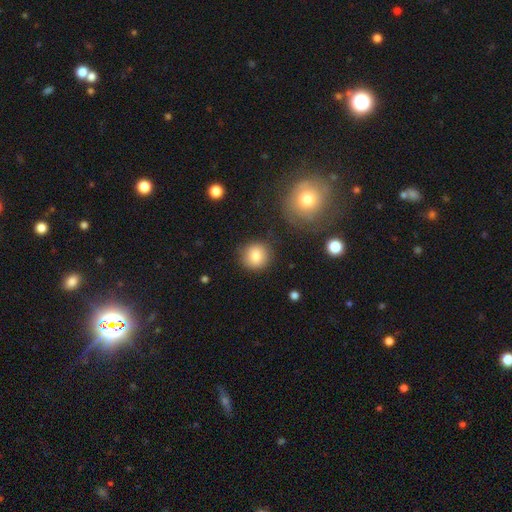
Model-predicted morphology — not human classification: Smooth or featured?
  - smooth: 83% *
  - star or artifact: 10%
  - featured or disk: 8%
How rounded?
  - round: 91% *
  - in between: 8%
  - cigar-shaped: 1%
Merging?
  - none: 84% *
  - minor disturbance: 10%
  - major disturbance: 3%
  - merger: 2%